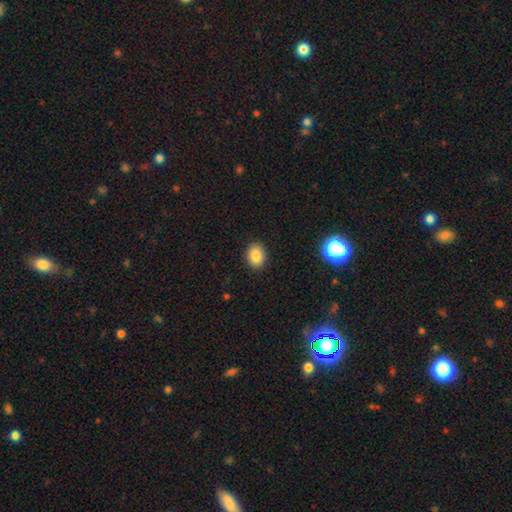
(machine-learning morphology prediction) Smooth or featured?
  - smooth: 86% *
  - star or artifact: 9%
  - featured or disk: 5%
How rounded?
  - in between: 64% *
  - round: 35%
  - cigar-shaped: 1%
Merging?
  - none: 90% *
  - minor disturbance: 7%
  - major disturbance: 2%
  - merger: 1%